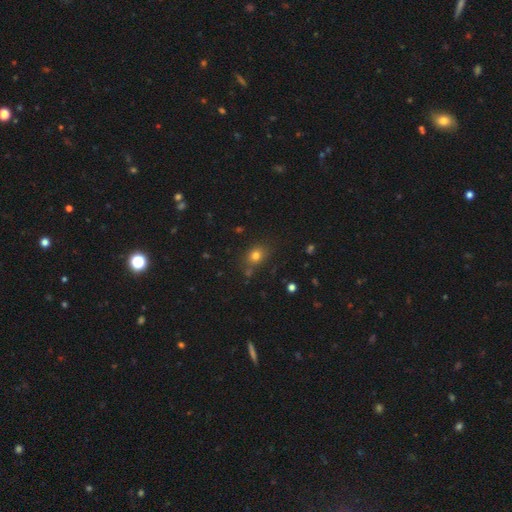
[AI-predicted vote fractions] Morphology: type=smooth (76%); roundness=round (57%); merging=none (77%).